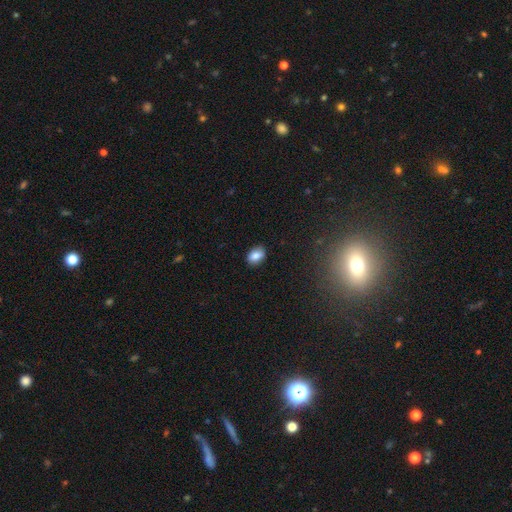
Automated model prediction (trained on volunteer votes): Q: Smooth or featured?
A: smooth (83%); runner-up: star or artifact (9%)
Q: How rounded?
A: in between (79%); runner-up: round (20%)
Q: Merging?
A: none (86%); runner-up: minor disturbance (10%)